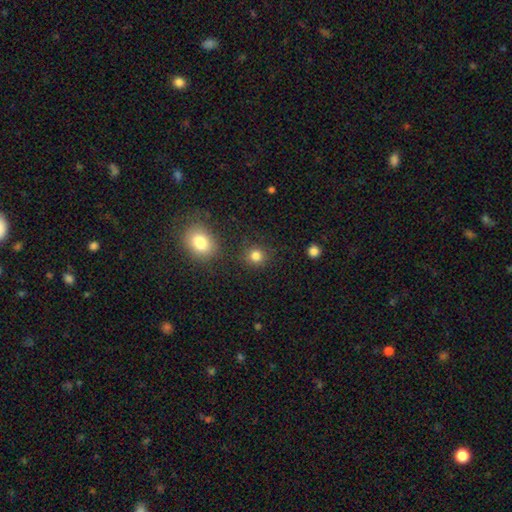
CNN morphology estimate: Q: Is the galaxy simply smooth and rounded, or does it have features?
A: smooth — 82%.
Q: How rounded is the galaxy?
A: round — 86%.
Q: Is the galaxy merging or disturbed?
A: none — 85%.